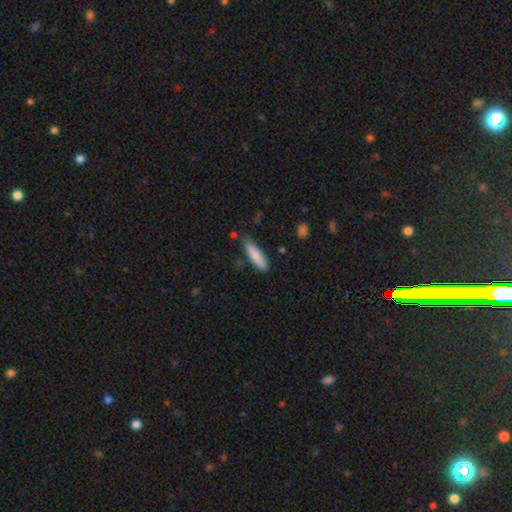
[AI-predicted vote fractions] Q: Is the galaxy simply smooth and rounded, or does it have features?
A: smooth — 84%.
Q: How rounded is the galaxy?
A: cigar-shaped — 78%.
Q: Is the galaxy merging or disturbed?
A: none — 78%.